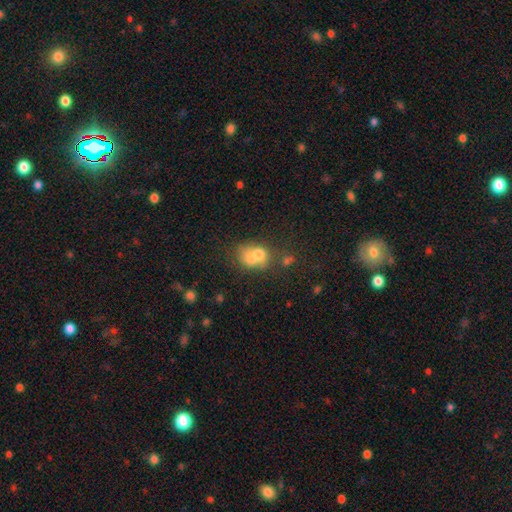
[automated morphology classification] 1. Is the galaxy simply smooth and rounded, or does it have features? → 67% smooth, 21% featured or disk, 12% star or artifact.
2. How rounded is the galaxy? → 53% in between, 46% round, 1% cigar-shaped.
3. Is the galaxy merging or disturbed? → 59% merger, 24% none, 10% minor disturbance, 6% major disturbance.